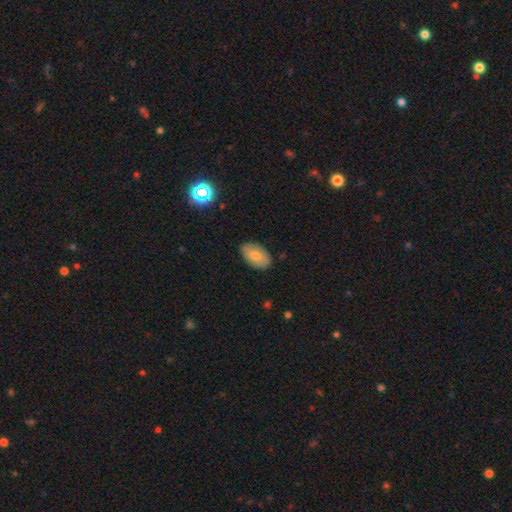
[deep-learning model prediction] Smooth or featured: smooth — 75% (featured or disk — 18%)
How rounded: in between — 94% (round — 5%)
Merging: none — 85% (minor disturbance — 12%)